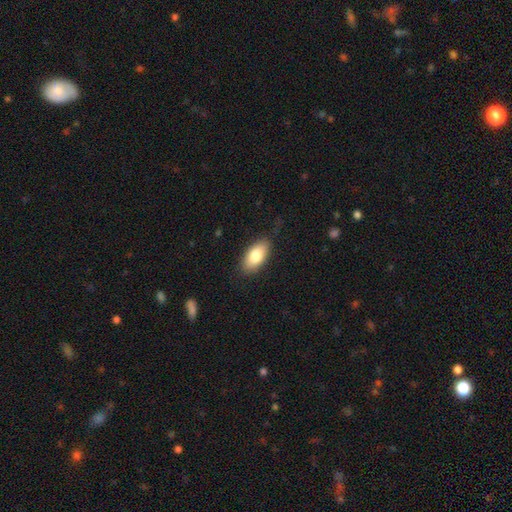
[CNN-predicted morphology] A smooth galaxy with no disk features (81%) that is in between round and cigar-shaped (91%).

Vote fractions:
- Smooth or featured? smooth: 81% / featured or disk: 12% / star or artifact: 6%
- How rounded? in between: 91% / cigar-shaped: 6% / round: 3%
- Merging? none: 83% / minor disturbance: 13% / major disturbance: 3% / merger: 1%